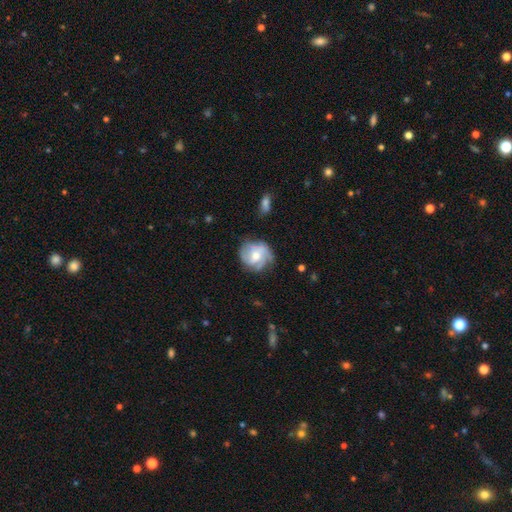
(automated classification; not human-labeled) A featured or disk galaxy (72%) with no bar (59%), 3 (40%) tight (42%) spiral arms (91%) and a moderate central bulge (56%).

Vote fractions:
- Smooth or featured? featured or disk: 72% / smooth: 21% / star or artifact: 7%
- Edge-on disk? no: 98% / yes: 2%
- Bar? no: 59% / weak: 34% / strong: 7%
- Spiral arms? yes: 91% / no: 9%
- Spiral winding? tight: 42% / medium: 40% / loose: 18%
- Spiral arm count? 3: 40% / can't tell: 22% / 2: 17% / 4: 12% / 1: 5% / more than 4: 4%
- Bulge size? moderate: 56% / small: 39% / large: 3% / none: 1% / dominant: 1%
- Merging? none: 67% / minor disturbance: 22% / major disturbance: 9% / merger: 2%